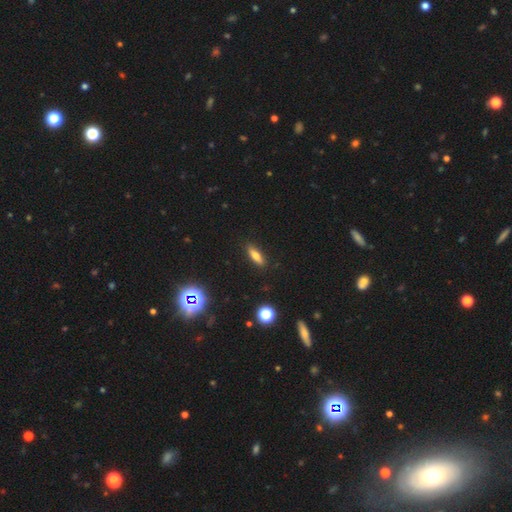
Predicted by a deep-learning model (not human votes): A smooth galaxy with no disk features (66%) that is cigar-shaped (49%).

Vote fractions:
- Smooth or featured? smooth: 66% / featured or disk: 23% / star or artifact: 11%
- How rounded? cigar-shaped: 49% / in between: 47% / round: 4%
- Merging? none: 89% / minor disturbance: 8% / major disturbance: 2% / merger: 1%